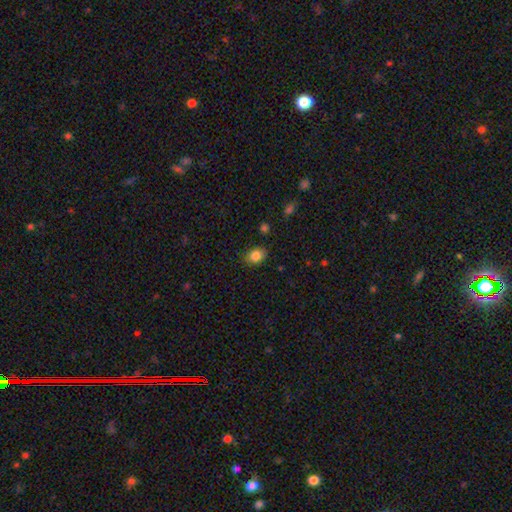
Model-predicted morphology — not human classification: type=smooth (85%); roundness=in between (67%); merging=none (85%).